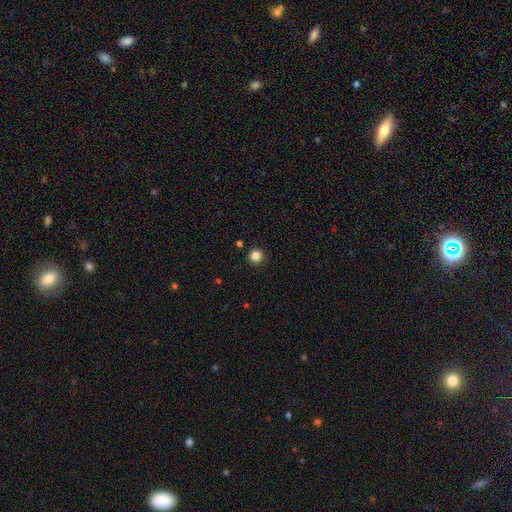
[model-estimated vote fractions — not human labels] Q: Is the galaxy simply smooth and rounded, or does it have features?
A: smooth — 84%.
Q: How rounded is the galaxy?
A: round — 96%.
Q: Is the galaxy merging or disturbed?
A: none — 92%.